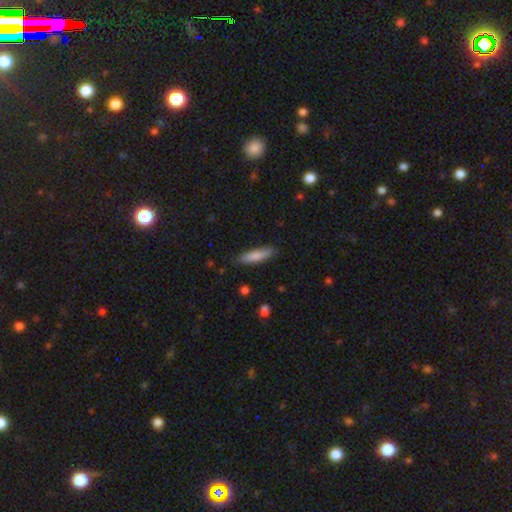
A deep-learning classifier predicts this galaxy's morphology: Smooth or featured?
  - smooth: 81% *
  - featured or disk: 13%
  - star or artifact: 6%
How rounded?
  - cigar-shaped: 73% *
  - in between: 26%
  - round: 1%
Merging?
  - none: 85% *
  - minor disturbance: 12%
  - major disturbance: 2%
  - merger: 1%